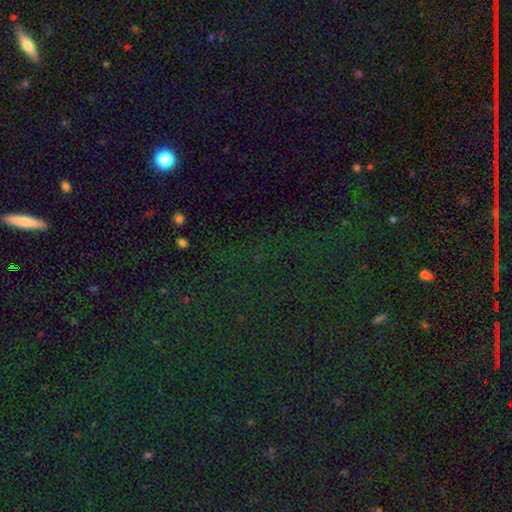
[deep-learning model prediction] Morphology: type=star or artifact (77%).